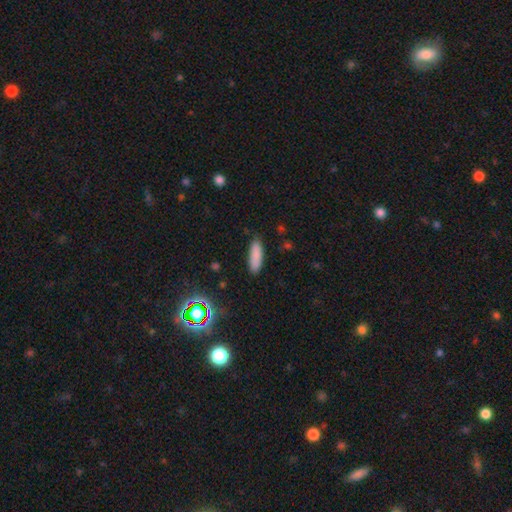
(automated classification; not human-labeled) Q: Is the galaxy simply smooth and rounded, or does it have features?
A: smooth — 86%.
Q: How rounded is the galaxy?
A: in between — 50%.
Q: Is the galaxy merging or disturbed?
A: none — 85%.